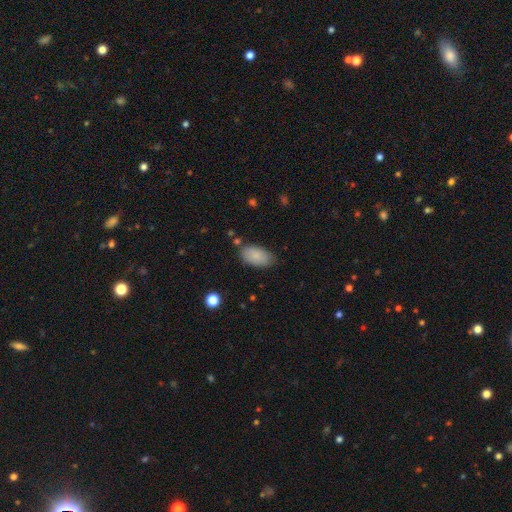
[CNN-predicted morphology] smooth-or-featured: smooth: 86% | featured or disk: 7% | star or artifact: 7%
  how-rounded: in between: 95% | round: 3% | cigar-shaped: 2%
  merging: none: 78% | minor disturbance: 16% | major disturbance: 3% | merger: 3%